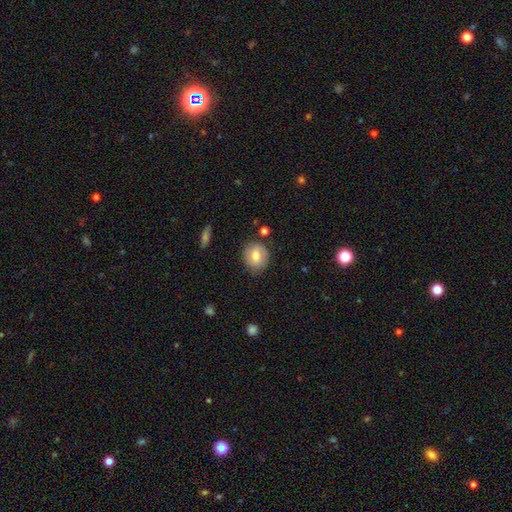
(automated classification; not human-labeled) A smooth galaxy with no disk features (69%) that is round (73%). Merging: none (80%).